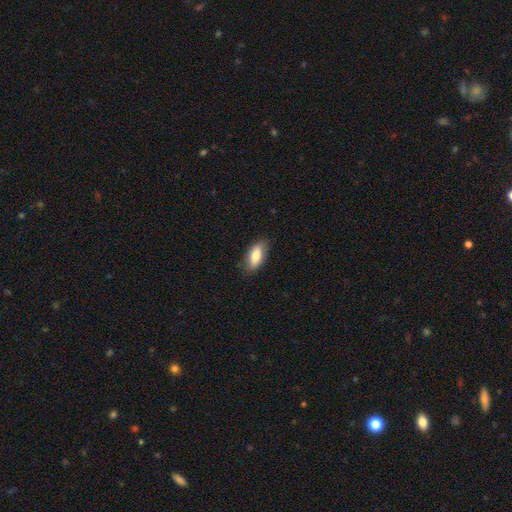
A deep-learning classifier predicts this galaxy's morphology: Smooth or featured?
  - smooth: 82% *
  - featured or disk: 11%
  - star or artifact: 6%
How rounded?
  - in between: 86% *
  - cigar-shaped: 11%
  - round: 3%
Merging?
  - none: 82% *
  - minor disturbance: 14%
  - major disturbance: 3%
  - merger: 1%